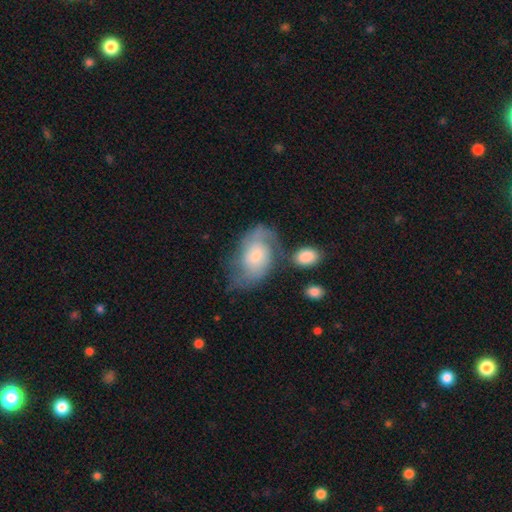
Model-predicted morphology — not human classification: type=featured or disk (62%); edge-on=no (96%); bar=no (65%); spiral arms=yes (88%); winding=medium (46%); arm count=2 (73%); bulge=small (53%); merging=none (48%).